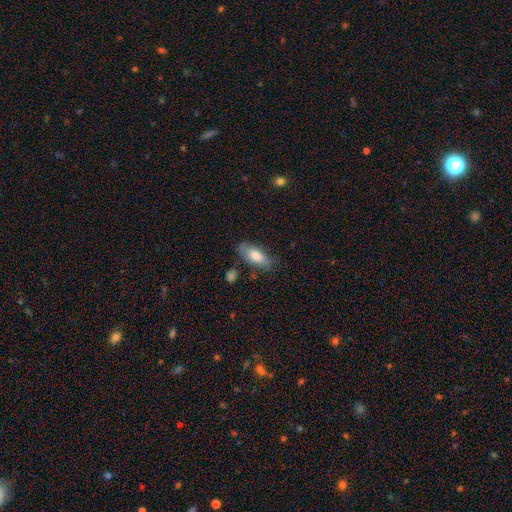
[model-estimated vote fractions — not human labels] Morphology: type=smooth (75%); roundness=in between (83%); merging=none (66%).